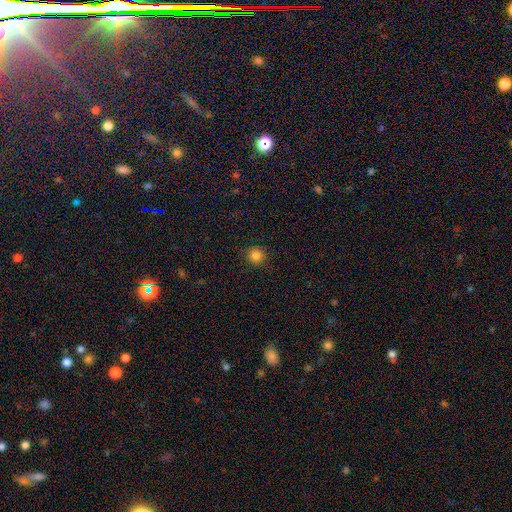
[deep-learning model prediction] Morphology: type=smooth (83%); roundness=round (93%); merging=none (89%).